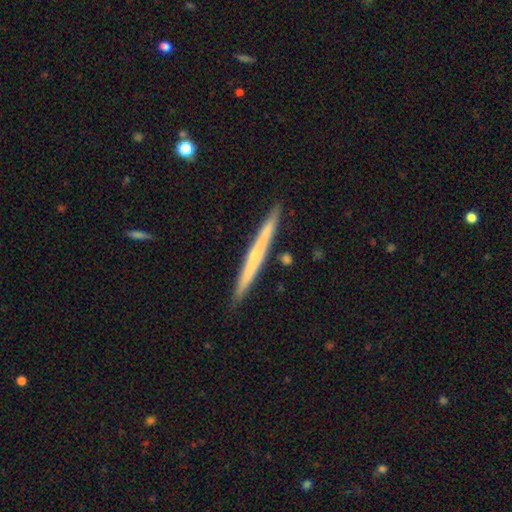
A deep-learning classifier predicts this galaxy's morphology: This appears to be a featured or disk galaxy (54%) viewed edge-on (97%) with no central bulge (72%). Merging: none (90%).